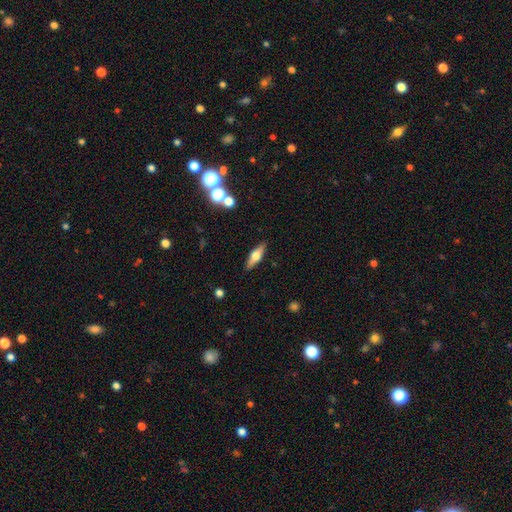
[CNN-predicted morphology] Smooth or featured? smooth (47%)
Merging? none (88%)